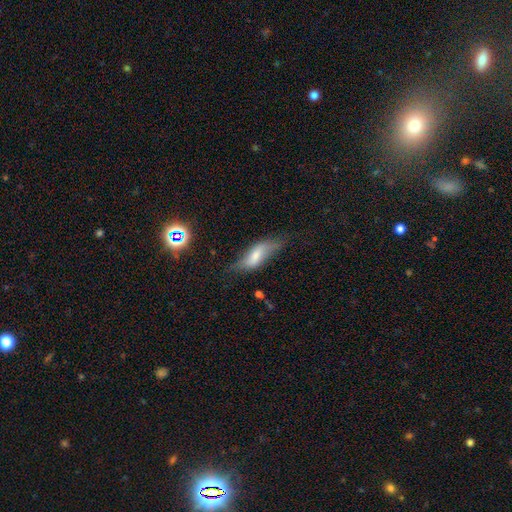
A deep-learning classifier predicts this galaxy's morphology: smooth 48%, featured or disk 44%, star or artifact 8%. Down the decision tree: merging — none (47%).